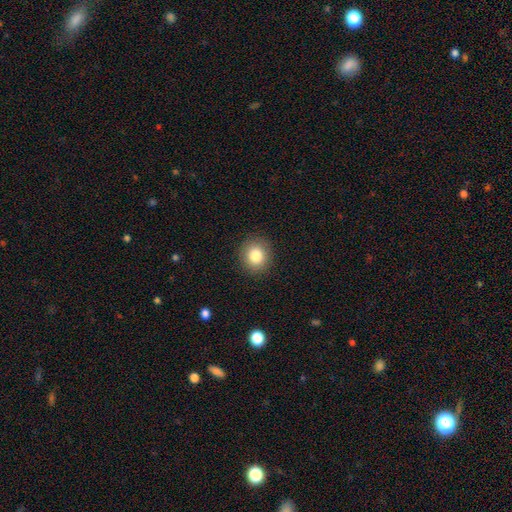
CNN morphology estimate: Smooth or featured? smooth (83%)
How rounded? round (81%)
Merging? none (90%)